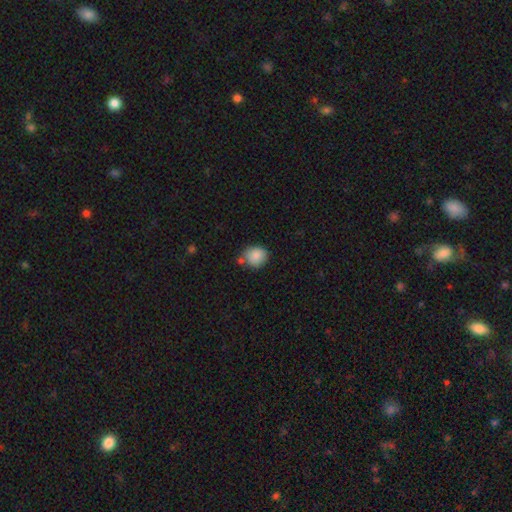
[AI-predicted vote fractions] A smooth galaxy with no disk features (87%) that is round (75%). Merging: none (67%).